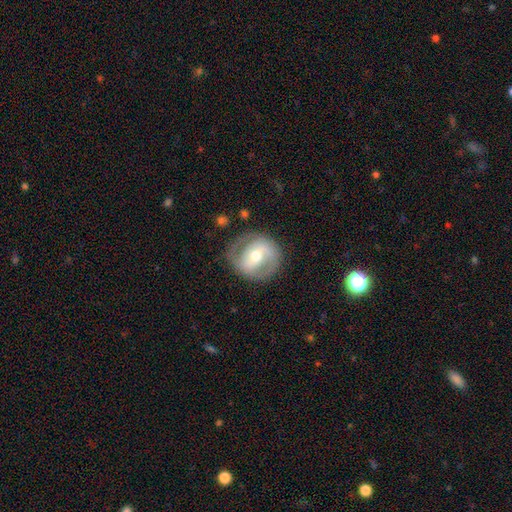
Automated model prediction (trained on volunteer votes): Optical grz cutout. It shows a featured or disk galaxy (70%) with a weak bar (40%), spiral arms (74%) and a moderate central bulge (68%). Merging: none (76%).